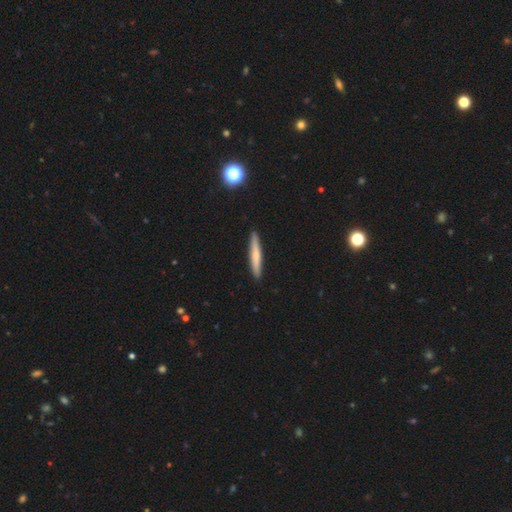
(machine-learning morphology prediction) smooth_or_featured: smooth (p=0.60) [alt: featured or disk p=0.34]
how_rounded: cigar-shaped (p=0.94) [alt: in between p=0.05]
merging: none (p=0.91) [alt: minor disturbance p=0.07]